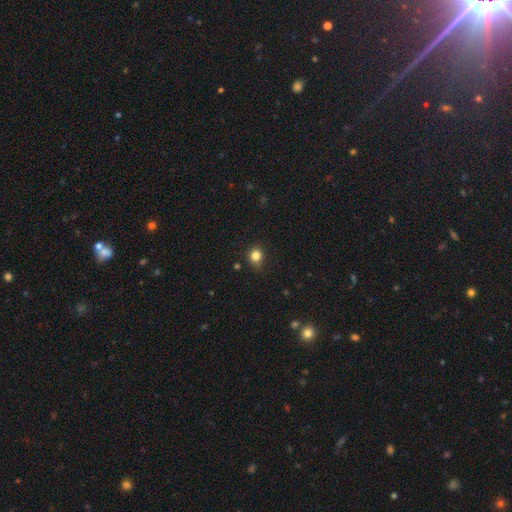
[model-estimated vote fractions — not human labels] smooth_or_featured: smooth (p=0.82) [alt: star or artifact p=0.13]
how_rounded: round (p=0.78) [alt: in between p=0.21]
merging: none (p=0.80) [alt: minor disturbance p=0.15]